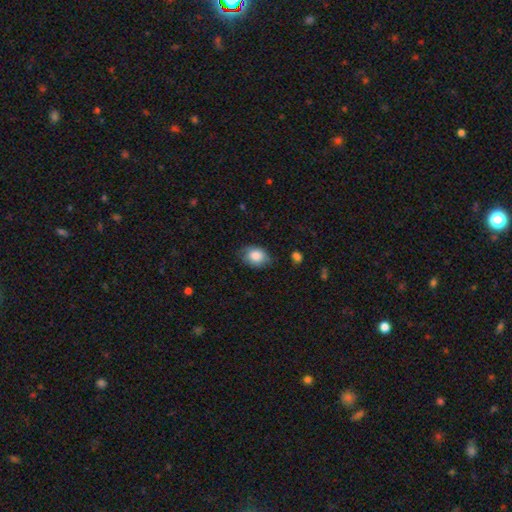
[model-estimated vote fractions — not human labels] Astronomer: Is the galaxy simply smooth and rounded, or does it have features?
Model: smooth — 85%.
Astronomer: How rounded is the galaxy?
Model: in between — 67%.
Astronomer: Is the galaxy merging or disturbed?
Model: none — 71%.